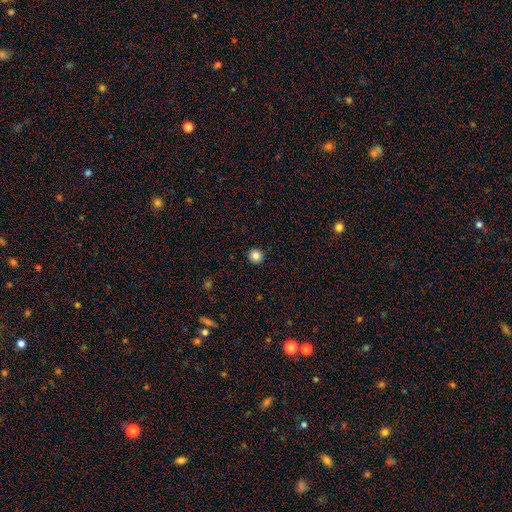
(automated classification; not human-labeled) Q: Smooth or featured?
A: smooth (84%); runner-up: star or artifact (11%)
Q: How rounded?
A: round (95%); runner-up: in between (4%)
Q: Merging?
A: none (93%); runner-up: minor disturbance (4%)